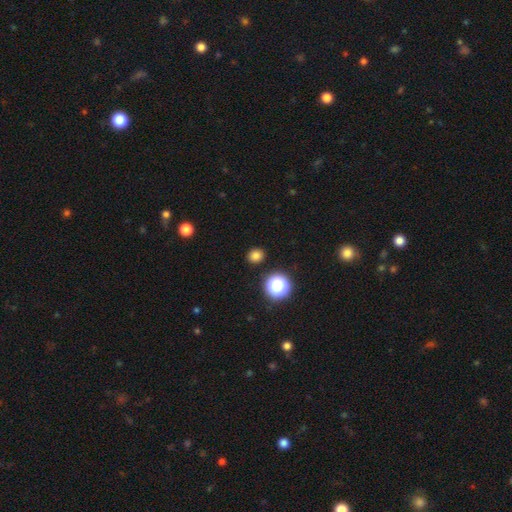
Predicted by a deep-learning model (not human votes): smooth_or_featured: smooth (p=0.79) [alt: star or artifact p=0.17]
how_rounded: round (p=0.81) [alt: in between p=0.18]
merging: none (p=0.90) [alt: minor disturbance p=0.06]